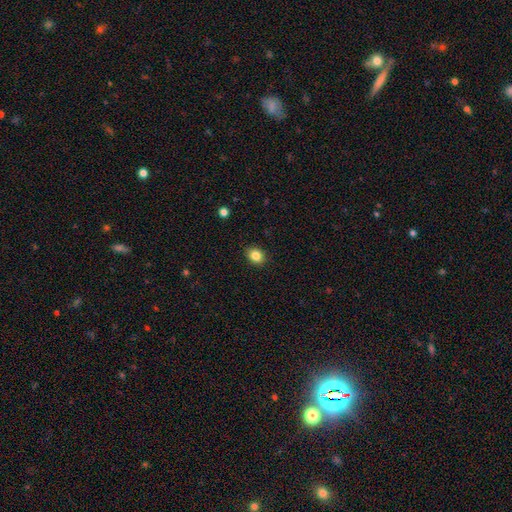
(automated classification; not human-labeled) smooth-or-featured: smooth: 85% | star or artifact: 10% | featured or disk: 5%
  how-rounded: in between: 50% | round: 49% | cigar-shaped: 1%
  merging: none: 89% | minor disturbance: 8% | major disturbance: 2% | merger: 1%